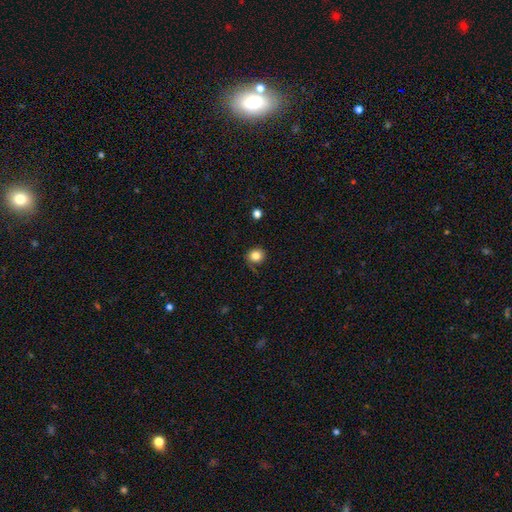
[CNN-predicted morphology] type=smooth (83%); roundness=round (82%); merging=none (79%).